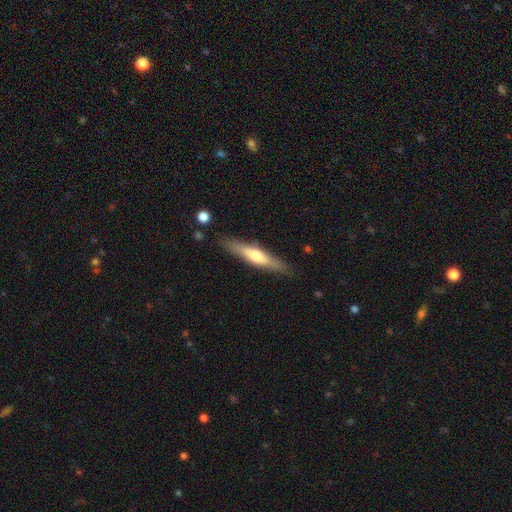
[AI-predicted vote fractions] This is possibly a featured or disk galaxy (48%). Merging: clearly none (85%).